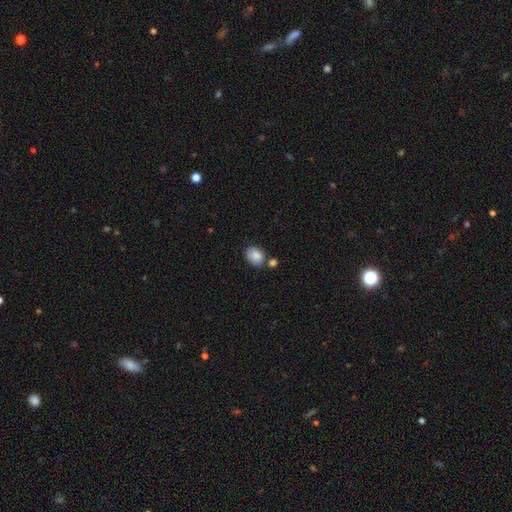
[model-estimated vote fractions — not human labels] Smooth or featured? Predicted: smooth (p=0.86). How rounded? Predicted: in between (p=0.61). Merging? Predicted: none (p=0.63).